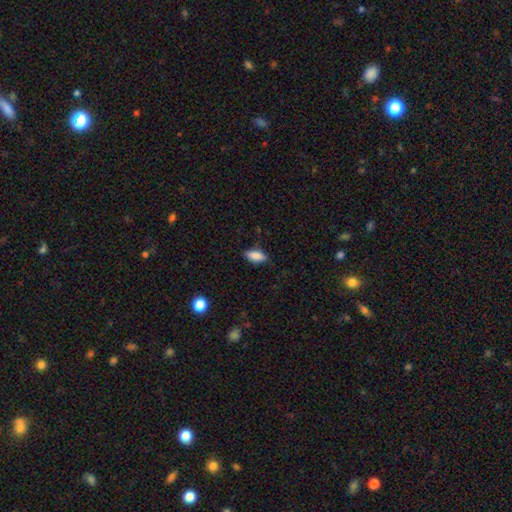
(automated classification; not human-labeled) This appears to be a smooth galaxy with no disk features (85%) that is in between round and cigar-shaped (84%). Merging: none (78%).